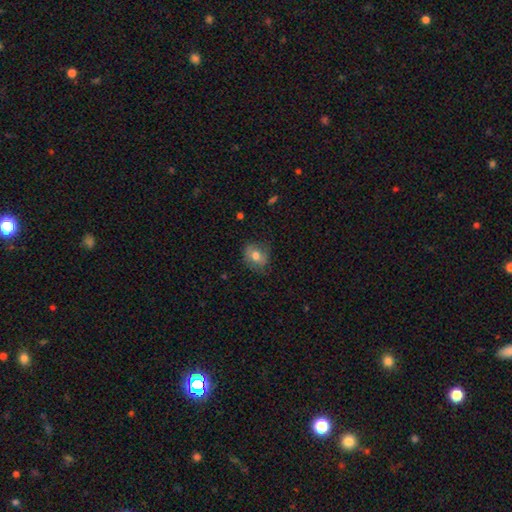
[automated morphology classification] Smooth or featured? smooth (70%)
How rounded? round (53%)
Merging? none (69%)